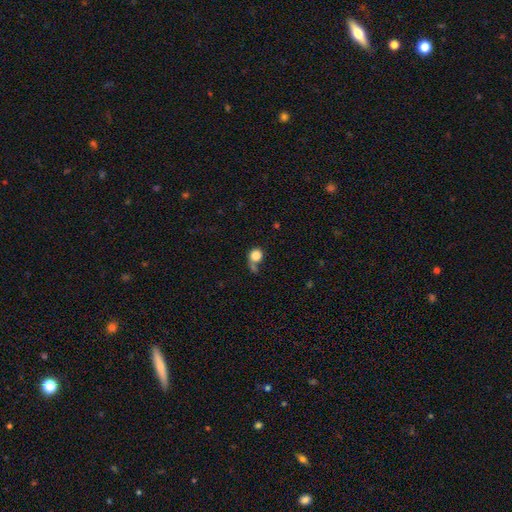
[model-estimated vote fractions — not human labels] Q: Smooth or featured?
A: smooth (82%); runner-up: featured or disk (9%)
Q: How rounded?
A: round (83%); runner-up: in between (16%)
Q: Merging?
A: none (42%); runner-up: major disturbance (20%)